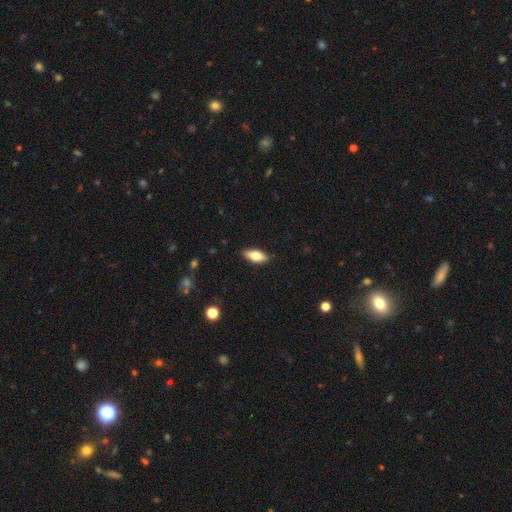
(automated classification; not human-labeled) Smooth or featured?
  - smooth: 68% *
  - featured or disk: 25%
  - star or artifact: 7%
How rounded?
  - in between: 74% *
  - cigar-shaped: 23%
  - round: 3%
Merging?
  - none: 88% *
  - minor disturbance: 9%
  - major disturbance: 2%
  - merger: 1%